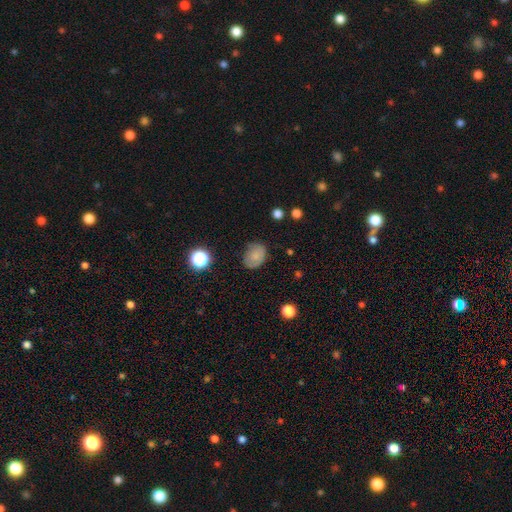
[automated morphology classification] This is likely a smooth galaxy (78%). How rounded: possibly in between (60%). Merging: likely none (69%).